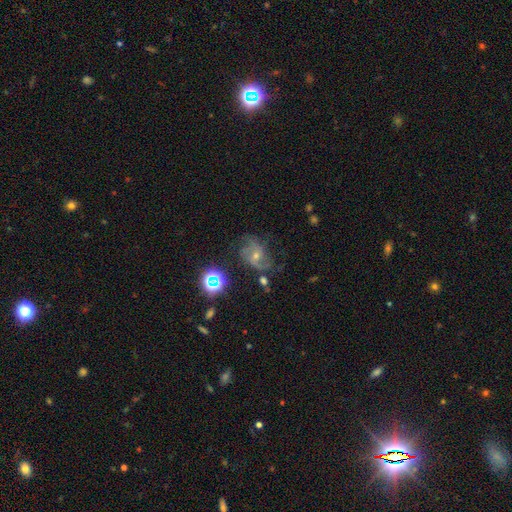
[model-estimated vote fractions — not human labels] Morphology: type=featured or disk (73%); edge-on=no (97%); bar=no (58%); spiral arms=yes (95%); winding=medium (49%); arm count=2 (50%); bulge=small (51%); merging=none (64%).